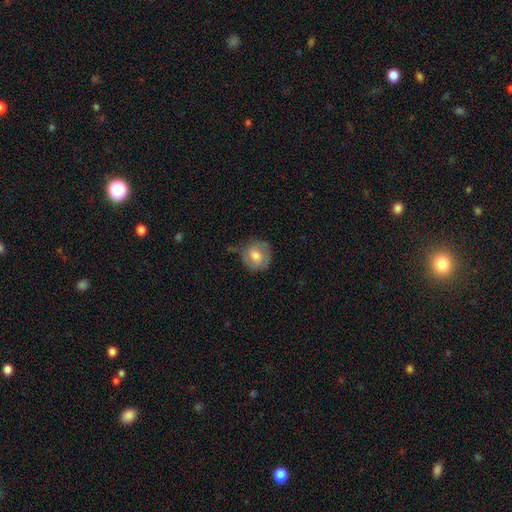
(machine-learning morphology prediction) A smooth galaxy with no disk features (65%) that is round (82%).

Vote fractions:
- Smooth or featured? smooth: 65% / featured or disk: 28% / star or artifact: 7%
- How rounded? round: 82% / in between: 17% / cigar-shaped: 1%
- Merging? none: 60% / minor disturbance: 28% / major disturbance: 10% / merger: 3%